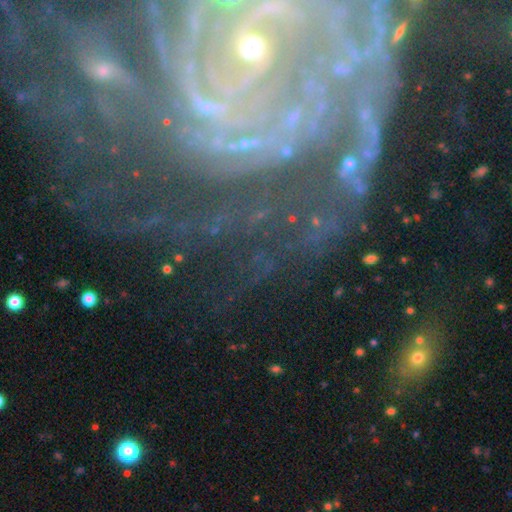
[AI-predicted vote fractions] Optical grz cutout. It shows a featured or disk galaxy (82%) with no bar (51%), tight (77%) spiral arms (96%) and a small central bulge (76%). Merging: none (68%).